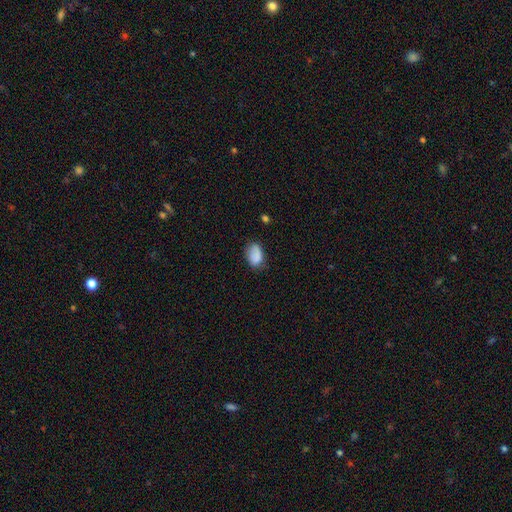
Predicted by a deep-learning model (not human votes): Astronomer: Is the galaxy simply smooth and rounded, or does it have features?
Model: smooth — 86%.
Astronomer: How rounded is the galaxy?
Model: in between — 86%.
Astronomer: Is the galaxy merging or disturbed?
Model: none — 65%.